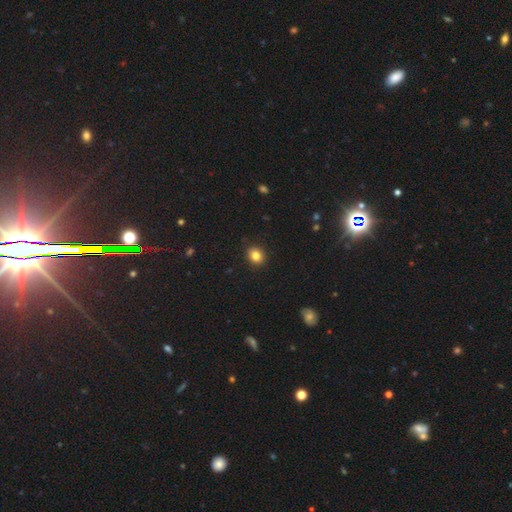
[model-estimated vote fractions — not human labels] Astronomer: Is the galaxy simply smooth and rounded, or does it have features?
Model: smooth — 83%.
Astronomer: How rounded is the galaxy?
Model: round — 59% (runner-up: in between, 40%).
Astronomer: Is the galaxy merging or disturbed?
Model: none — 89%.